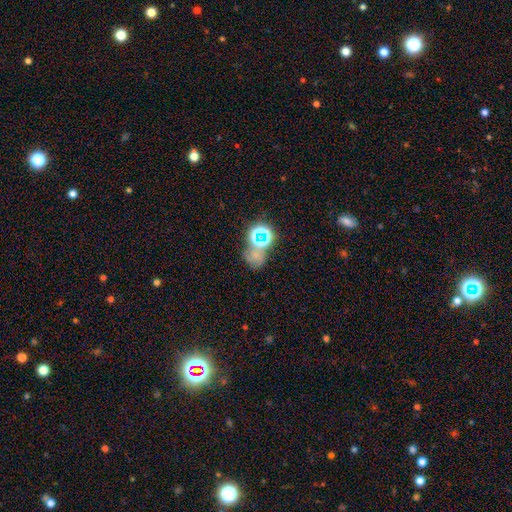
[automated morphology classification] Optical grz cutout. It shows a star or artifact, not a galaxy (43%, tied with smooth).